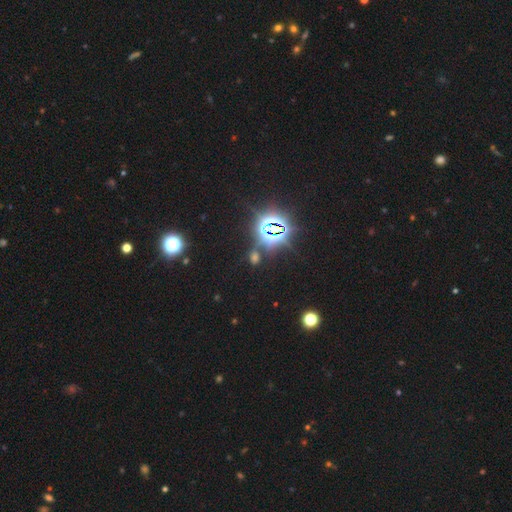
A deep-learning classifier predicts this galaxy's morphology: type=star or artifact (78%).